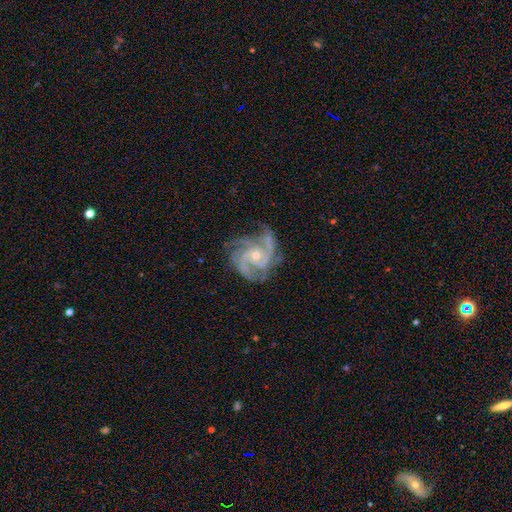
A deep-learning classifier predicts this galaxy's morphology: Smooth or featured? Predicted: featured or disk (p=0.92). Edge-on disk? Predicted: no (p=0.98). Bar? Predicted: no (p=0.65). Spiral arms? Predicted: yes (p=0.98). Spiral winding? Predicted: tight (p=0.48). Spiral arm count? Predicted: 3 (p=0.52). Bulge size? Predicted: small (p=0.61). Merging? Predicted: none (p=0.69).